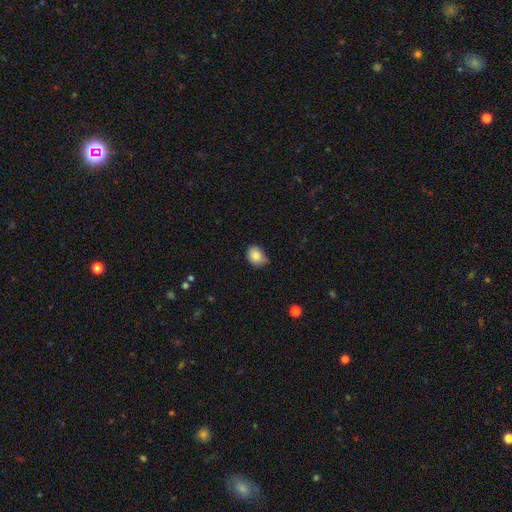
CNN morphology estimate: smooth-or-featured: smooth: 85% | star or artifact: 8% | featured or disk: 6%
  how-rounded: in between: 60% | round: 39% | cigar-shaped: 1%
  merging: none: 58% | minor disturbance: 35% | major disturbance: 5% | merger: 2%